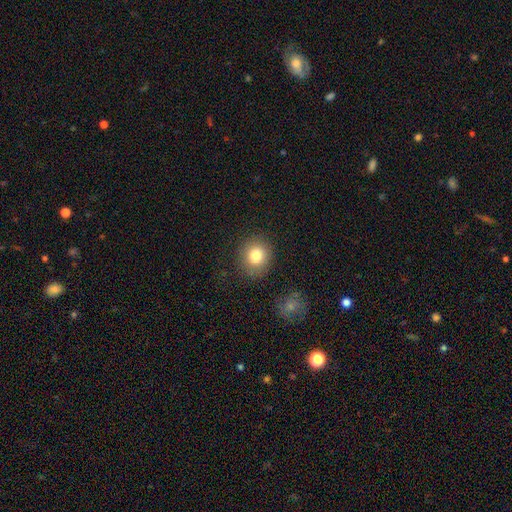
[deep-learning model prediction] A smooth galaxy with no disk features (80%) that is round (81%). Merging: none (86%).